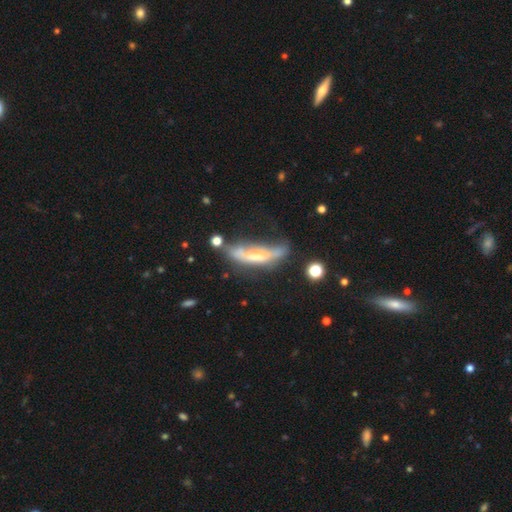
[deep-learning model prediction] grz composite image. It shows a featured or disk galaxy (50%). Merging: none (29%).